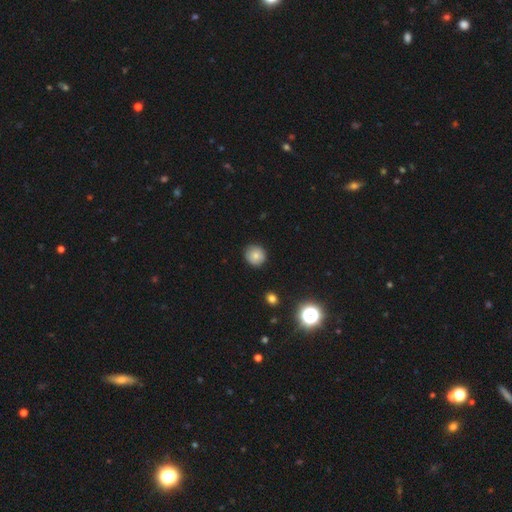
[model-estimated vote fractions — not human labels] Smooth or featured? Predicted: smooth (p=0.80). How rounded? Predicted: round (p=0.90). Merging? Predicted: none (p=0.86).